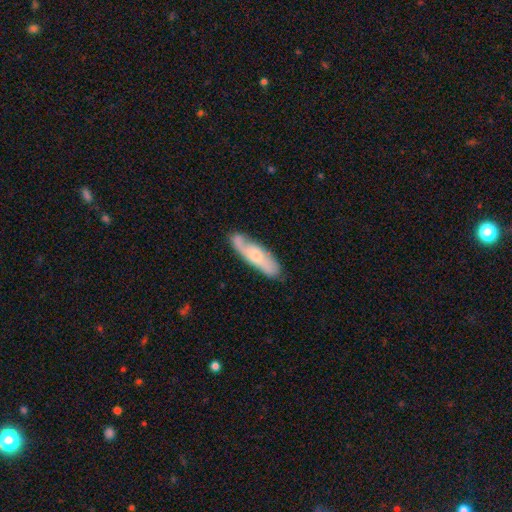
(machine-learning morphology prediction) Smooth or featured?
  - featured or disk: 48% *
  - smooth: 47%
  - star or artifact: 5%
Merging?
  - none: 69% *
  - minor disturbance: 22%
  - major disturbance: 5%
  - merger: 3%